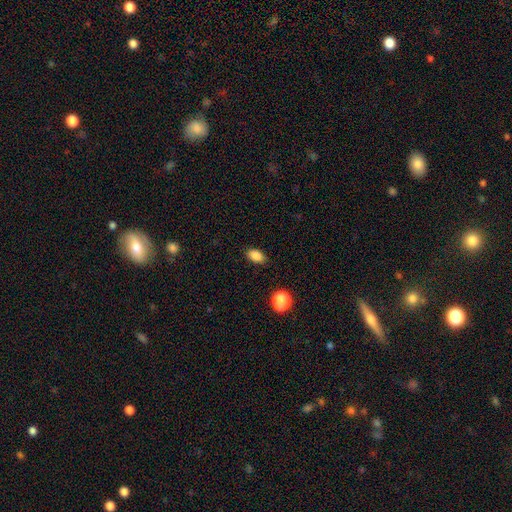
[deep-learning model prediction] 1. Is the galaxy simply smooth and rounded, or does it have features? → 86% smooth, 10% star or artifact, 4% featured or disk.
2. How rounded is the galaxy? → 87% in between, 11% round, 2% cigar-shaped.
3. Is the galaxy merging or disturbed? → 85% none, 11% minor disturbance, 3% major disturbance, 1% merger.